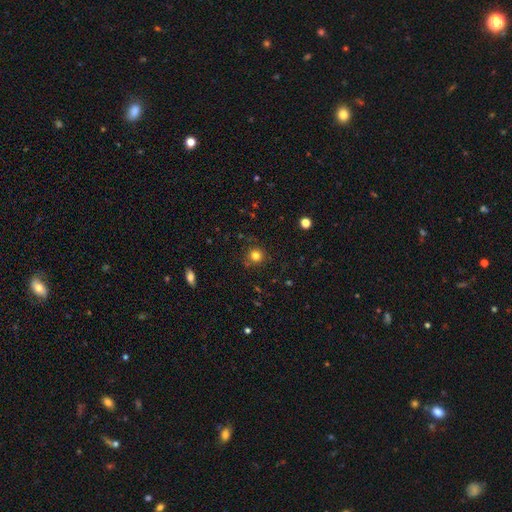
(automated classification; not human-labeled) smooth_or_featured: smooth (p=0.79) [alt: star or artifact p=0.15]
how_rounded: round (p=0.92) [alt: in between p=0.07]
merging: none (p=0.85) [alt: minor disturbance p=0.10]